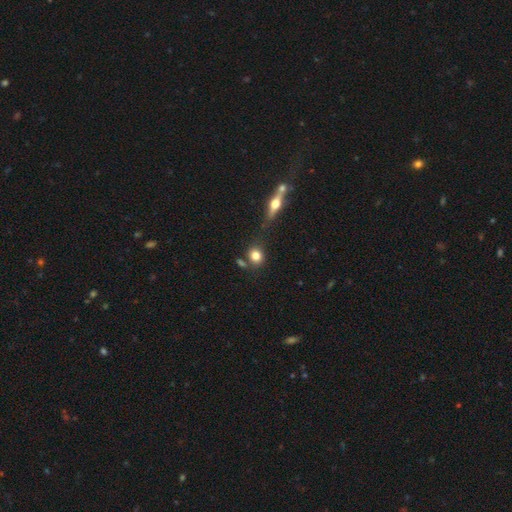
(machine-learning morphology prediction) The model was most divided on "how rounded": round: 74%, in between: 24%, cigar-shaped: 2%. More confident: smooth or featured — smooth (79%); merging — none (71%).